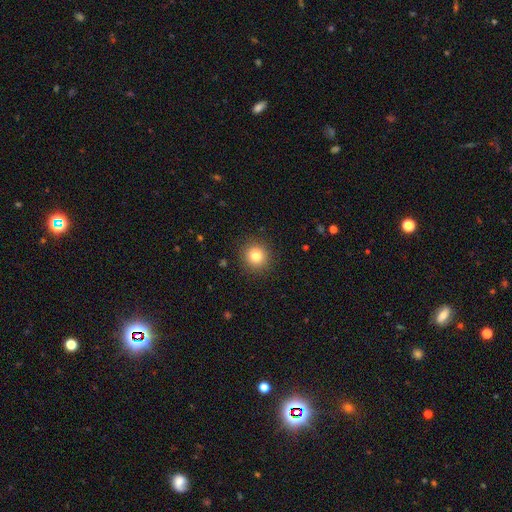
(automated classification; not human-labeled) Morphology: type=smooth (82%); roundness=round (92%); merging=none (91%).